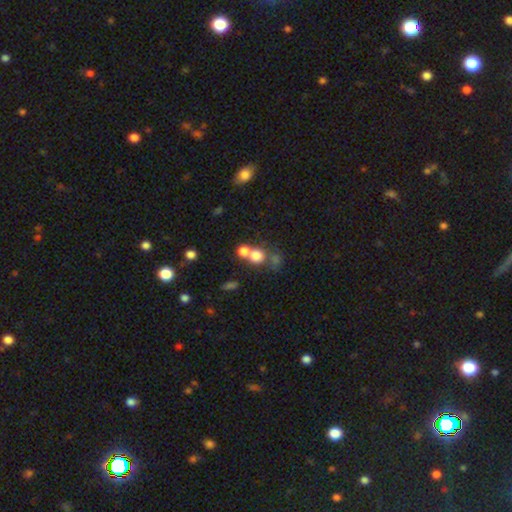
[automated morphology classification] A smooth galaxy with no disk features (72%) that is round (84%). Merging: none (44%).